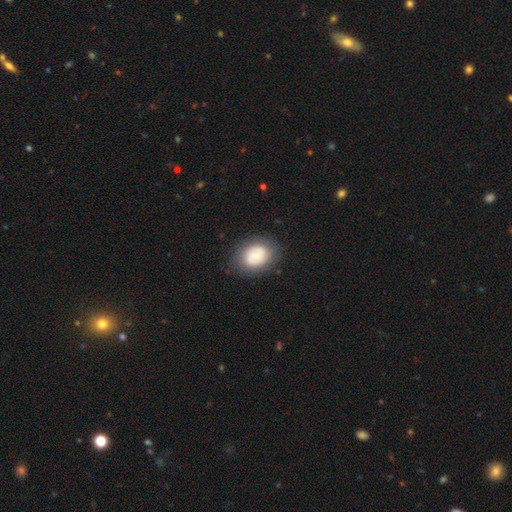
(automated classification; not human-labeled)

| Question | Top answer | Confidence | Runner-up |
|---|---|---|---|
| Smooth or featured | smooth | 64% | featured or disk (28%) |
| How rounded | in between | 60% | round (39%) |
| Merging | none | 79% | minor disturbance (14%) |